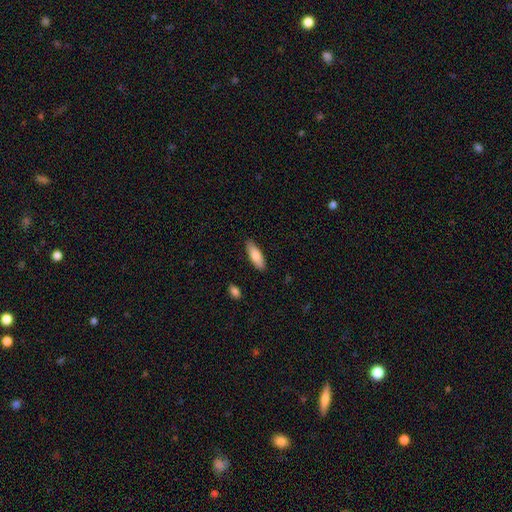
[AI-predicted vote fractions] Overall: smooth (81%). How rounded: in between (56%; cigar-shaped 43%). Merging: none (87%).